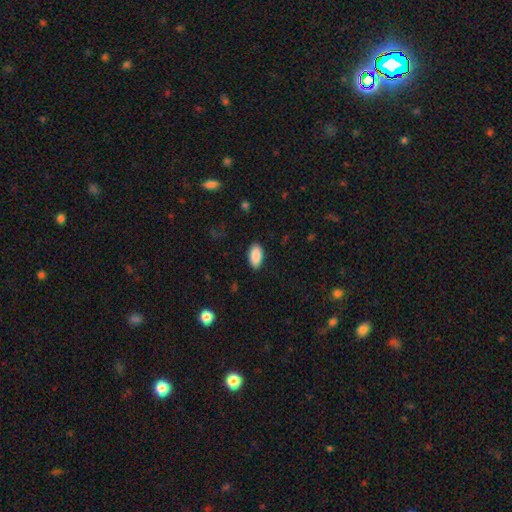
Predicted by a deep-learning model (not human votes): This is clearly a smooth galaxy (90%). How rounded: clearly in between (95%). Merging: clearly none (87%).